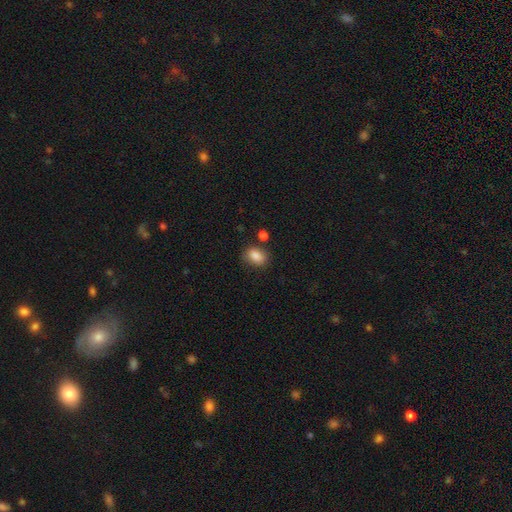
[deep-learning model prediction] A smooth galaxy with no disk features (86%) that is in between round and cigar-shaped (72%).

Vote fractions:
- Smooth or featured? smooth: 86% / star or artifact: 9% / featured or disk: 5%
- How rounded? in between: 72% / round: 27% / cigar-shaped: 1%
- Merging? none: 75% / minor disturbance: 14% / merger: 7% / major disturbance: 4%